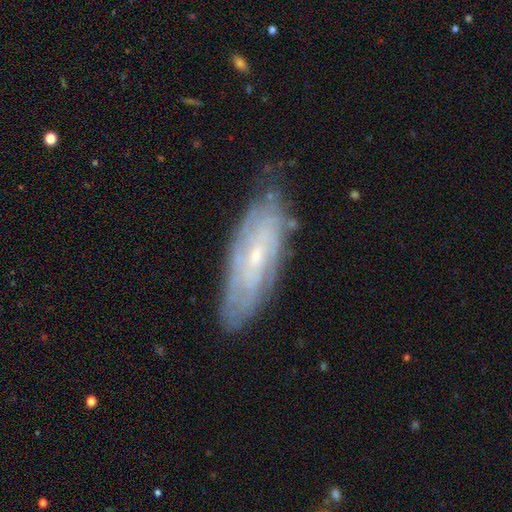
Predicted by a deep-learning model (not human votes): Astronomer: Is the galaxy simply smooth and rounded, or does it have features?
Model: featured or disk — 71%.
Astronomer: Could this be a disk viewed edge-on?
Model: no — 80%.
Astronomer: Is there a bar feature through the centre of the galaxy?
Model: no — 63%.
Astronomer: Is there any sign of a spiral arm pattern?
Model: yes — 82%.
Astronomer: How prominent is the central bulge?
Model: small — 76%.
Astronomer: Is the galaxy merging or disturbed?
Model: none — 71%.